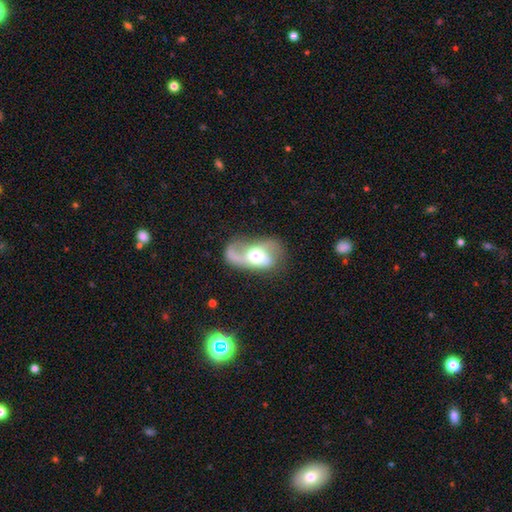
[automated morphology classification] Smooth or featured: featured or disk — 77% (smooth — 17%)
Edge-on disk: no — 96% (yes — 4%)
Bar: no — 56% (weak — 31%)
Spiral arms: yes — 88% (no — 12%)
Spiral winding: loose — 58% (medium — 34%)
Spiral arm count: 2 — 73% (1 — 18%)
Bulge size: moderate — 61% (large — 28%)
Merging: none — 52% (major disturbance — 24%)